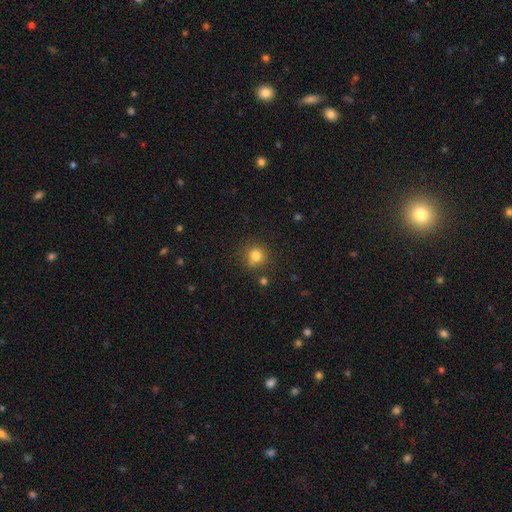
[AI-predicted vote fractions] smooth-or-featured: smooth: 81% | star or artifact: 13% | featured or disk: 6%
  how-rounded: round: 88% | in between: 11% | cigar-shaped: 1%
  merging: none: 78% | minor disturbance: 12% | merger: 6% | major disturbance: 3%